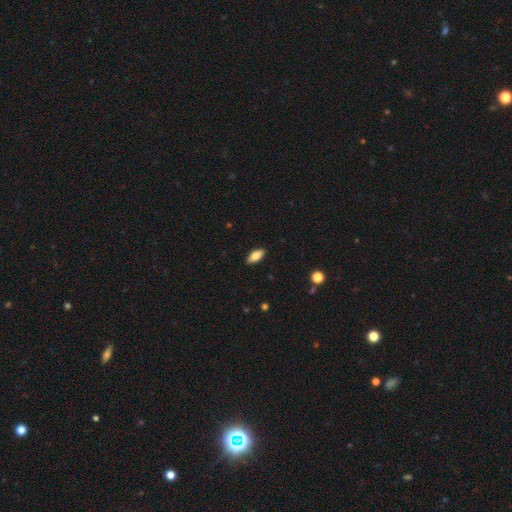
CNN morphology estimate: A smooth galaxy with no disk features (78%) that is in between round and cigar-shaped (87%). Merging: none (89%).